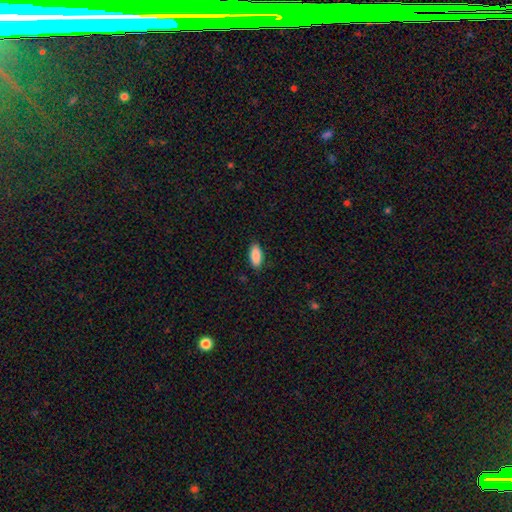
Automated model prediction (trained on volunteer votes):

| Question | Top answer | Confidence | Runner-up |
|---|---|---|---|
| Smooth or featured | smooth | 89% | star or artifact (6%) |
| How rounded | in between | 88% | cigar-shaped (10%) |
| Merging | none | 87% | minor disturbance (10%) |